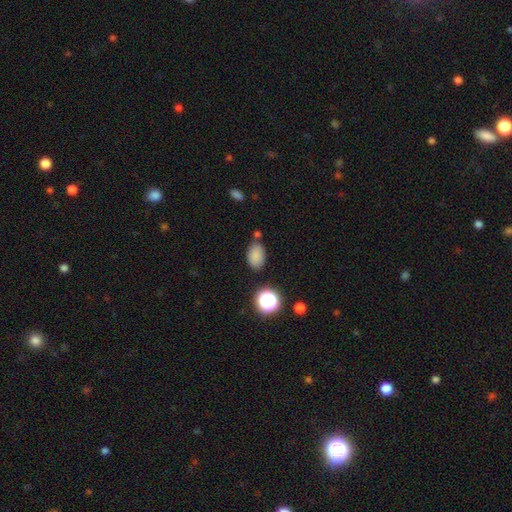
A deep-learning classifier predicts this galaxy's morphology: type=smooth (82%); roundness=in between (86%); merging=none (74%).